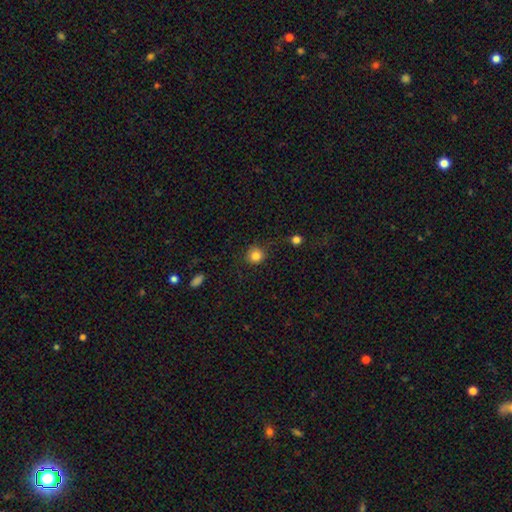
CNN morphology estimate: A smooth galaxy with no disk features (84%) that is round (91%). Merging: none (81%).